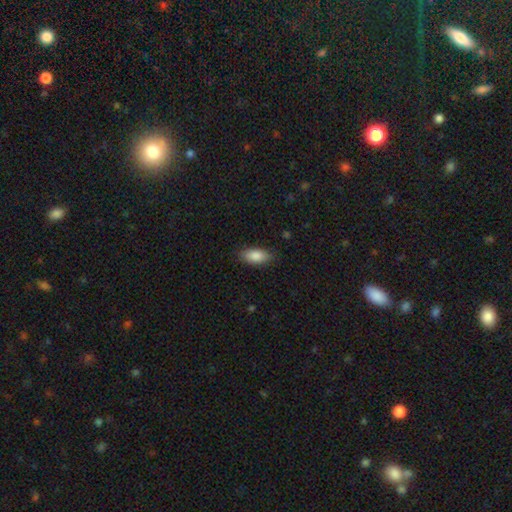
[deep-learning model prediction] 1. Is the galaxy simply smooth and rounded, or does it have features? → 87% smooth, 7% featured or disk, 6% star or artifact.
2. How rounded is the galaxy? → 89% in between, 9% cigar-shaped, 3% round.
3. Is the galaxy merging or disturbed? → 85% none, 12% minor disturbance, 3% major disturbance, 1% merger.